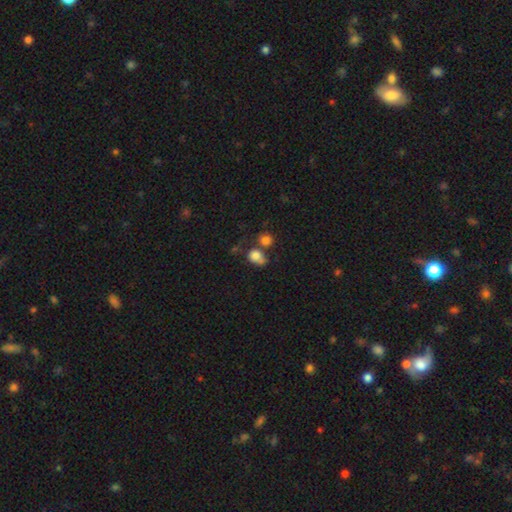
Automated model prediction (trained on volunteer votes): Q: Smooth or featured?
A: smooth (78%); runner-up: star or artifact (11%)
Q: How rounded?
A: round (59%); runner-up: in between (40%)
Q: Merging?
A: none (37%); runner-up: merger (34%)